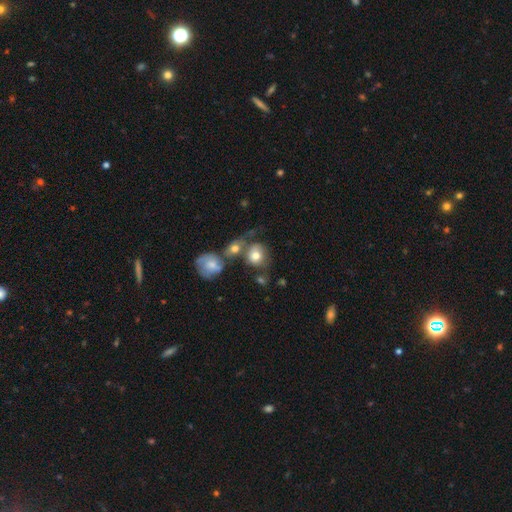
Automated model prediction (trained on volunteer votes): Smooth or featured? smooth (70%)
How rounded? round (73%)
Merging? none (37%)